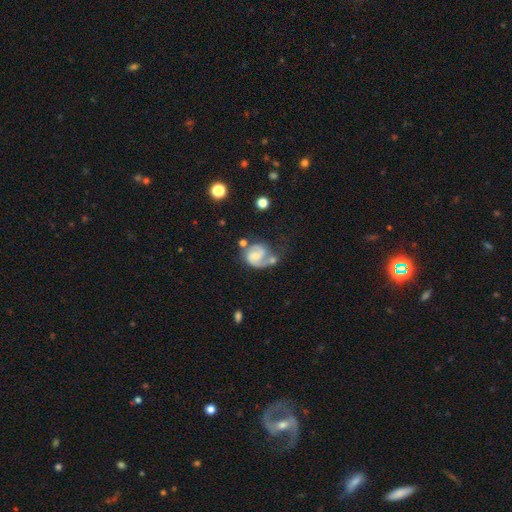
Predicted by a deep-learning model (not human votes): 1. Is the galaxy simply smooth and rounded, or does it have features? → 75% featured or disk, 17% smooth, 7% star or artifact.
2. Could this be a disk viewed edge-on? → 98% no, 2% yes.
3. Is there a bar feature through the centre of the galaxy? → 53% no, 37% weak, 9% strong.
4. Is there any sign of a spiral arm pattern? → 92% yes, 8% no.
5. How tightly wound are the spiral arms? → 44% medium, 35% tight, 20% loose.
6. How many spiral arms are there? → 61% 2, 28% 1, 7% can't tell, 2% 3, 1% 4, 1% more than 4.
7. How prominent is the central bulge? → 38% none, 31% small, 22% moderate, 8% large, 2% dominant.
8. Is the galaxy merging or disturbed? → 36% none, 24% major disturbance, 22% minor disturbance, 18% merger.